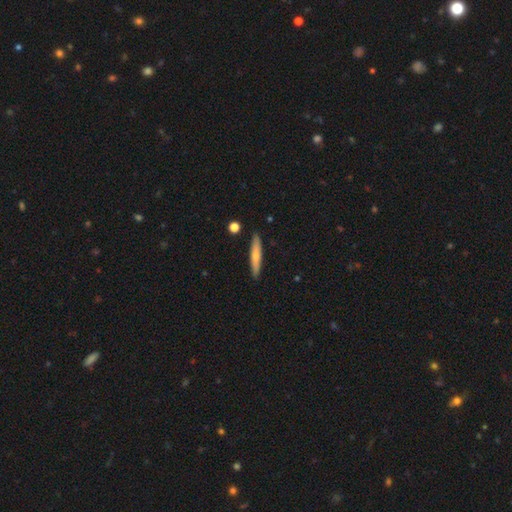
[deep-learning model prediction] Morphology: type=smooth (64%); roundness=cigar-shaped (91%); merging=none (89%).